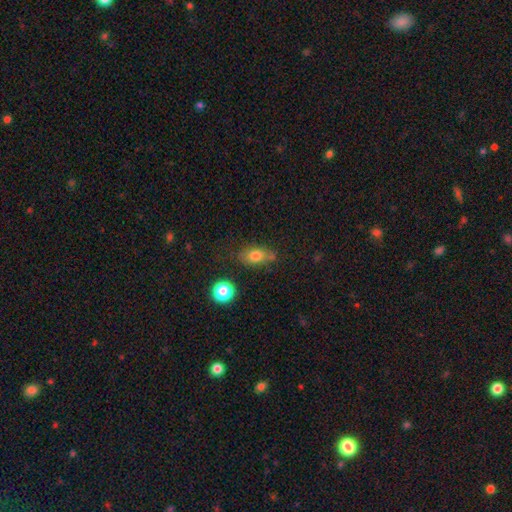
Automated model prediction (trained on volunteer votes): A smooth galaxy with no disk features (76%) that is in between round and cigar-shaped (77%). Merging: none (64%).